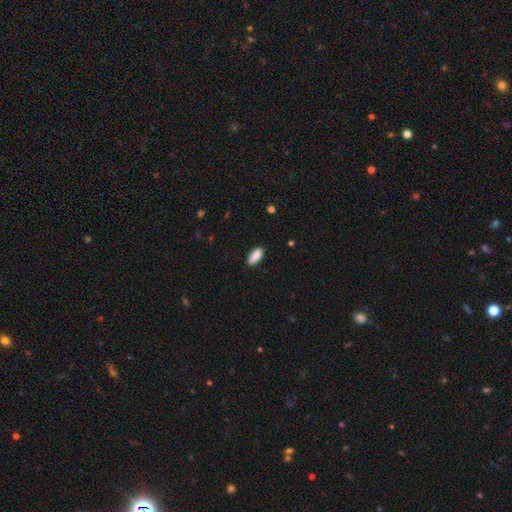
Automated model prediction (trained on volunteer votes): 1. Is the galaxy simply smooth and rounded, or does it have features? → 89% smooth, 6% star or artifact, 5% featured or disk.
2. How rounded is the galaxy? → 82% in between, 16% cigar-shaped, 2% round.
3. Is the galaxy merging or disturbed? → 87% none, 10% minor disturbance, 2% major disturbance, 1% merger.